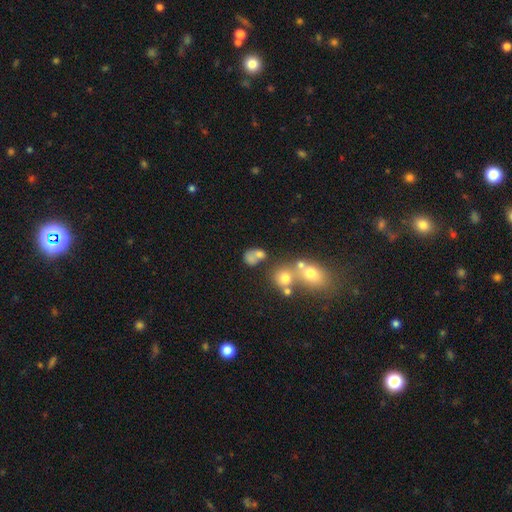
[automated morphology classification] Smooth or featured? Predicted: smooth (p=0.65). How rounded? Predicted: round (p=0.51). Merging? Predicted: merger (p=0.42).